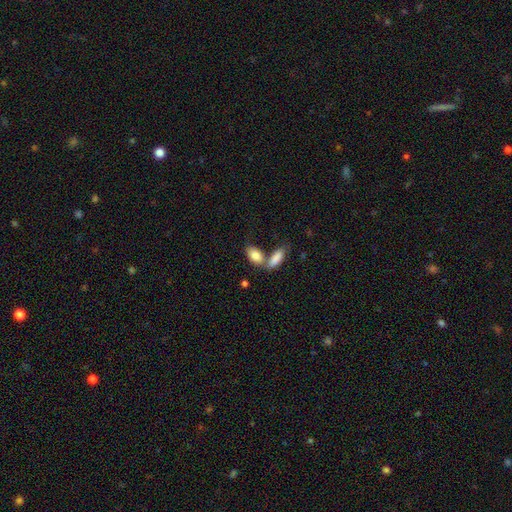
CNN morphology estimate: smooth 84%, featured or disk 10%, star or artifact 6%. Down the decision tree: how rounded — in between (90%); merging — merger (45%).